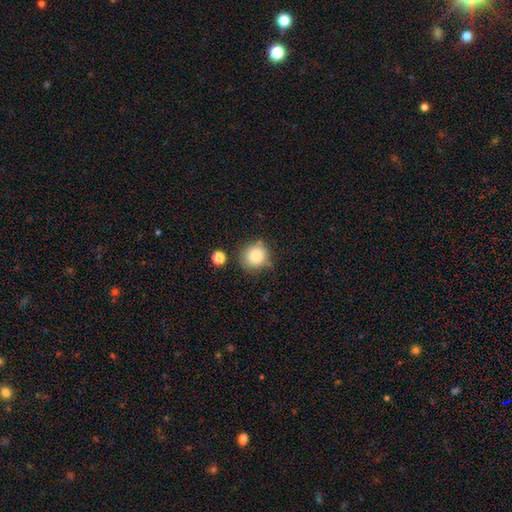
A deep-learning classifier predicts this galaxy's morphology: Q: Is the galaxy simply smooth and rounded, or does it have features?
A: smooth — 82%.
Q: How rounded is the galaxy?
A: round — 89%.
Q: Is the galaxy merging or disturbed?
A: none — 75%.